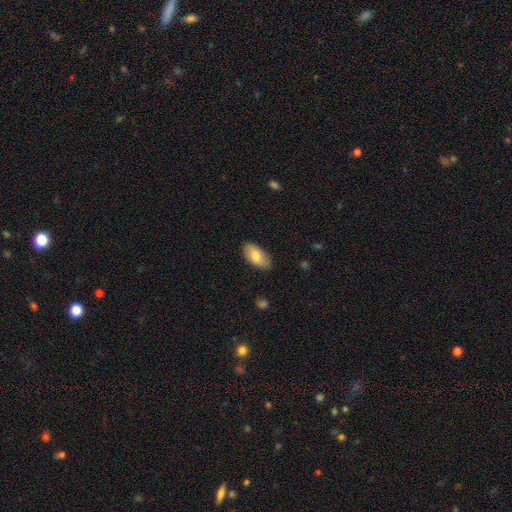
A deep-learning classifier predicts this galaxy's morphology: Smooth or featured: smooth — 77% (featured or disk — 17%)
How rounded: in between — 94% (cigar-shaped — 3%)
Merging: none — 84% (minor disturbance — 12%)